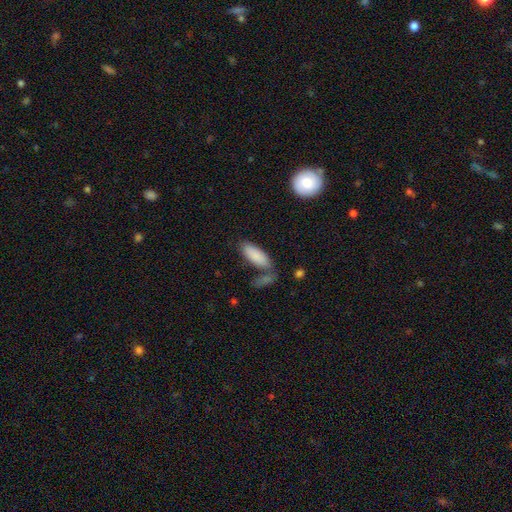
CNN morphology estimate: Q: Smooth or featured?
A: smooth (86%); runner-up: featured or disk (7%)
Q: How rounded?
A: in between (73%); runner-up: cigar-shaped (25%)
Q: Merging?
A: none (61%); runner-up: merger (18%)